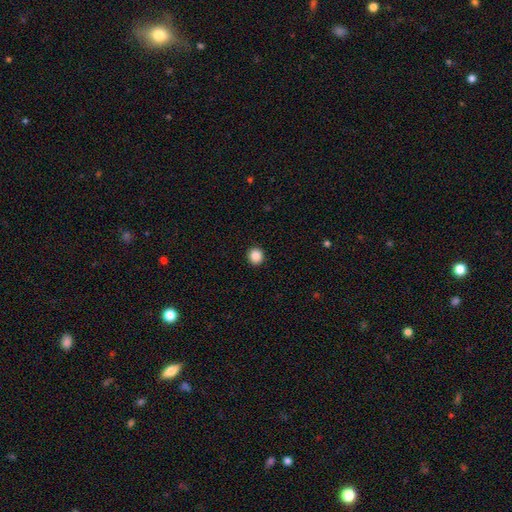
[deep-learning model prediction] smooth-or-featured: smooth: 88% | star or artifact: 9% | featured or disk: 2%
  how-rounded: round: 90% | in between: 9% | cigar-shaped: 1%
  merging: none: 93% | minor disturbance: 5% | major disturbance: 2% | merger: 1%